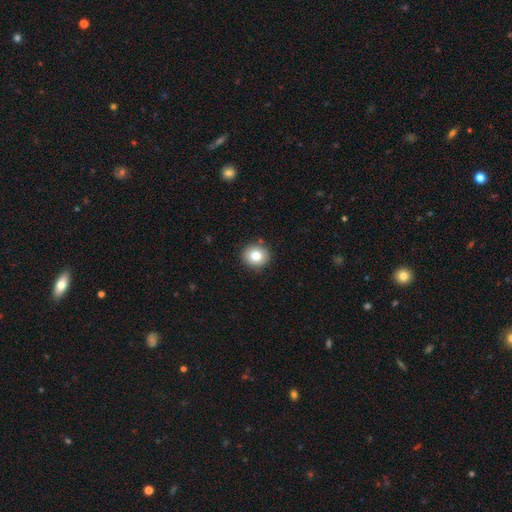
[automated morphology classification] Smooth or featured: smooth — 83% (star or artifact — 9%)
How rounded: round — 83% (in between — 16%)
Merging: none — 89% (minor disturbance — 8%)